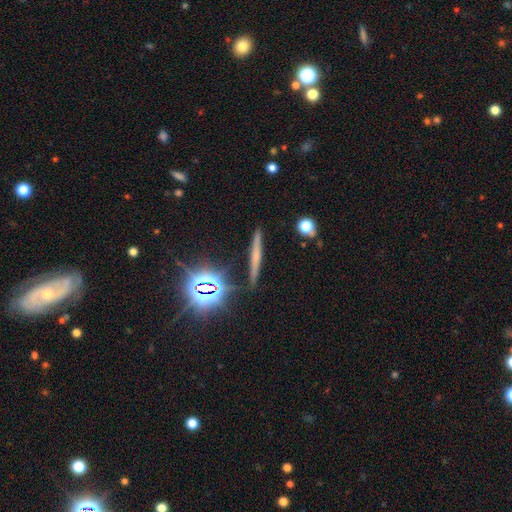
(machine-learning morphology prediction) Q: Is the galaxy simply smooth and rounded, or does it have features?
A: smooth — 43%.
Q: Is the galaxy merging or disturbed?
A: none — 87%.